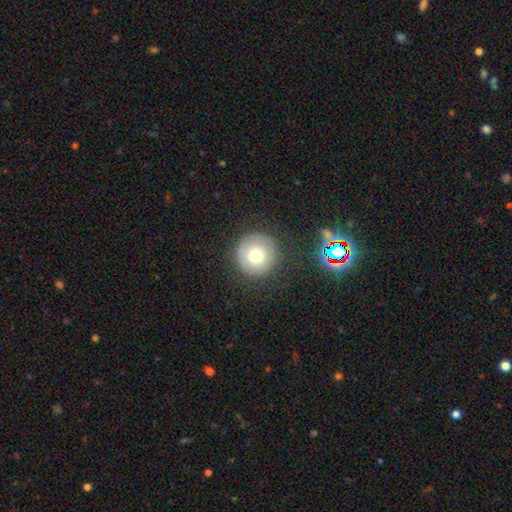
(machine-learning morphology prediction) smooth 71%, featured or disk 16%, star or artifact 12%. Down the decision tree: how rounded — round (96%); merging — none (85%).